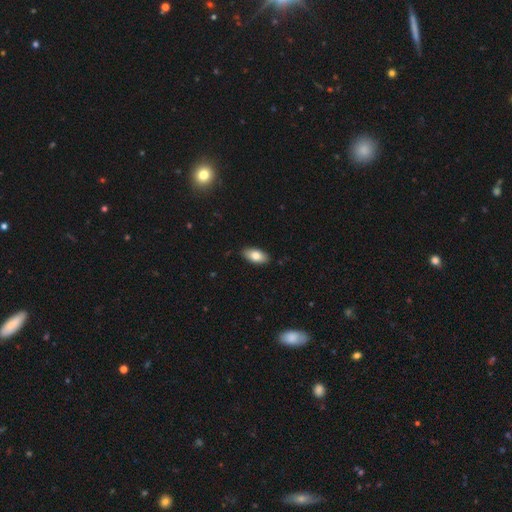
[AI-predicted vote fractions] This is clearly a smooth galaxy (80%). How rounded: clearly in between (91%). Merging: clearly none (88%).